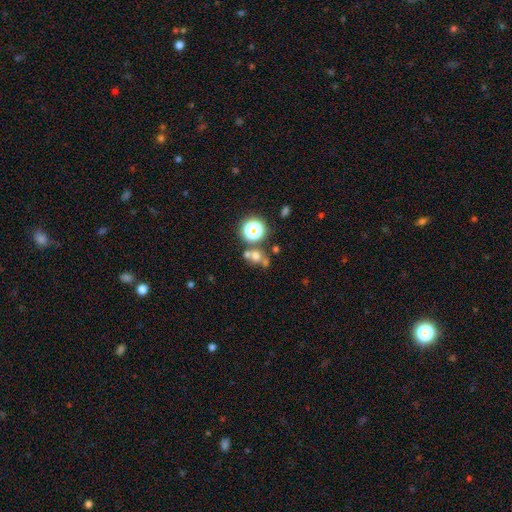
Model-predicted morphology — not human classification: smooth-or-featured: smooth: 56% | star or artifact: 29% | featured or disk: 15%
  how-rounded: round: 78% | in between: 21% | cigar-shaped: 1%
  merging: none: 51% | merger: 34% | minor disturbance: 9% | major disturbance: 5%